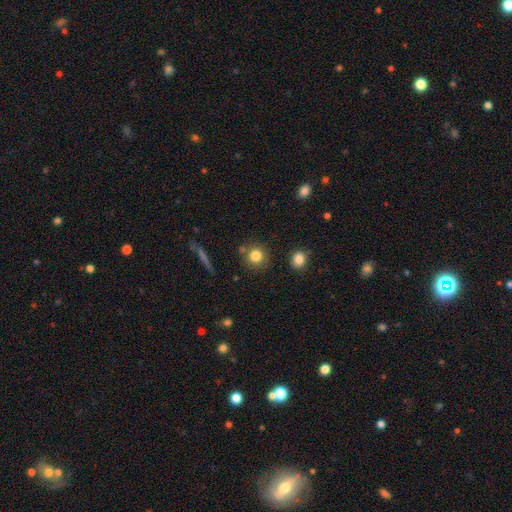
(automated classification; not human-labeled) A smooth galaxy with no disk features (82%) that is round (90%).

Vote fractions:
- Smooth or featured? smooth: 82% / star or artifact: 10% / featured or disk: 7%
- How rounded? round: 90% / in between: 9% / cigar-shaped: 1%
- Merging? none: 80% / minor disturbance: 9% / merger: 7% / major disturbance: 3%